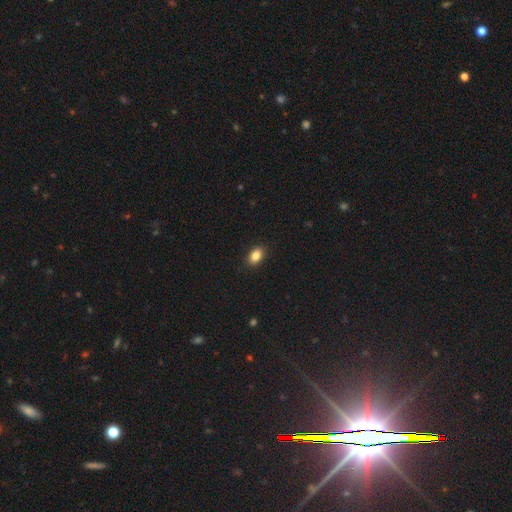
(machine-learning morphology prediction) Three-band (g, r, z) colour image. It shows a smooth galaxy with no disk features (86%) that is in between round and cigar-shaped (85%). Merging: none (90%).